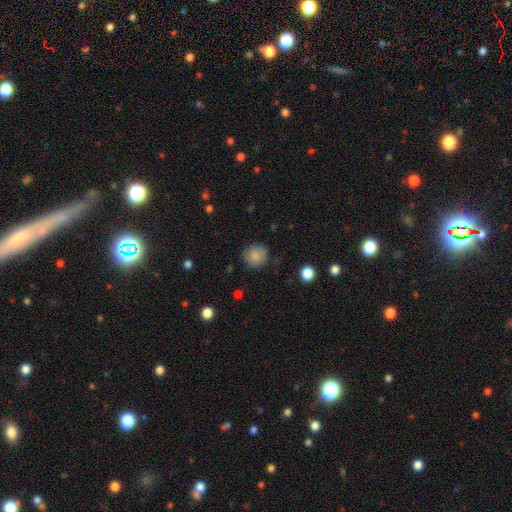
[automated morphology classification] Smooth or featured?
  - smooth: 85% *
  - star or artifact: 9%
  - featured or disk: 6%
How rounded?
  - round: 88% *
  - in between: 11%
  - cigar-shaped: 1%
Merging?
  - none: 79% *
  - minor disturbance: 16%
  - major disturbance: 4%
  - merger: 1%